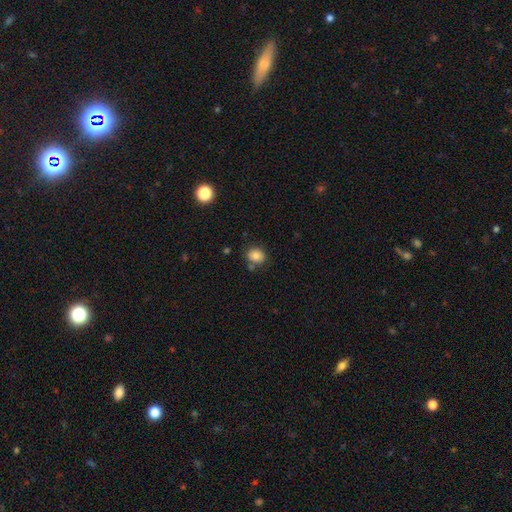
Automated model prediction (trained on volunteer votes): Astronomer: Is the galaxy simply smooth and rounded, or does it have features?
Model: smooth — 84%.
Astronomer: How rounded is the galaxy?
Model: round — 59% (runner-up: in between, 41%).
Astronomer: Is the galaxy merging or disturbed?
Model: none — 74%.